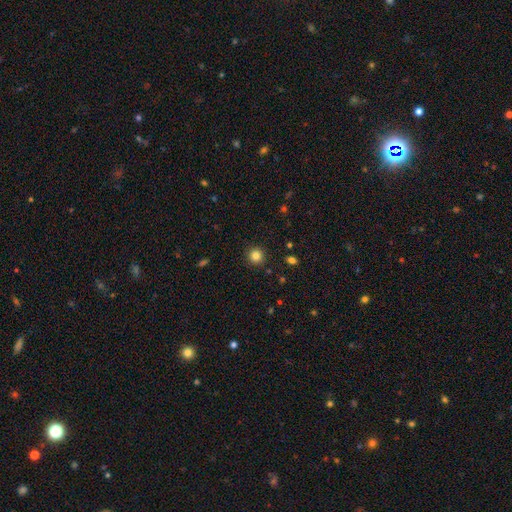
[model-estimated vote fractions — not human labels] Smooth or featured? Predicted: smooth (p=0.83). How rounded? Predicted: round (p=0.94). Merging? Predicted: none (p=0.92).